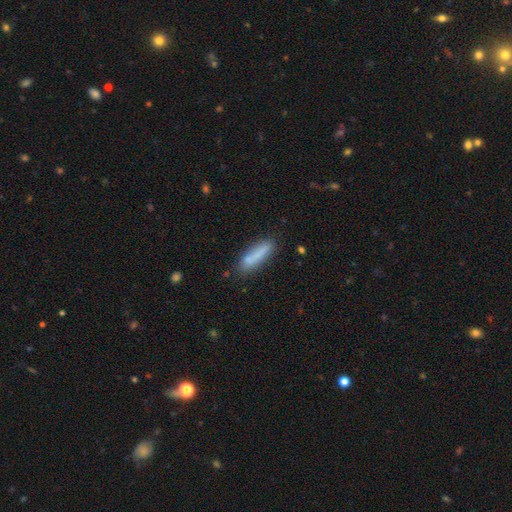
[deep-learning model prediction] A smooth galaxy with no disk features (75%) that is cigar-shaped (79%).

Vote fractions:
- Smooth or featured? smooth: 75% / featured or disk: 17% / star or artifact: 8%
- How rounded? cigar-shaped: 79% / in between: 20% / round: 2%
- Merging? none: 73% / minor disturbance: 16% / merger: 7% / major disturbance: 4%